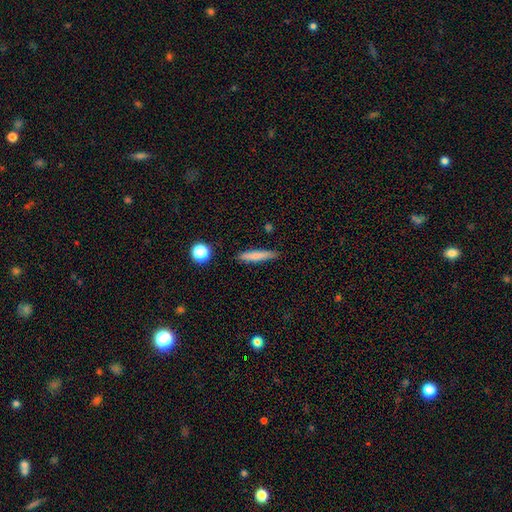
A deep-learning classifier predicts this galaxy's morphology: This is likely a smooth galaxy (76%). How rounded: clearly cigar-shaped (89%). Merging: clearly none (86%).